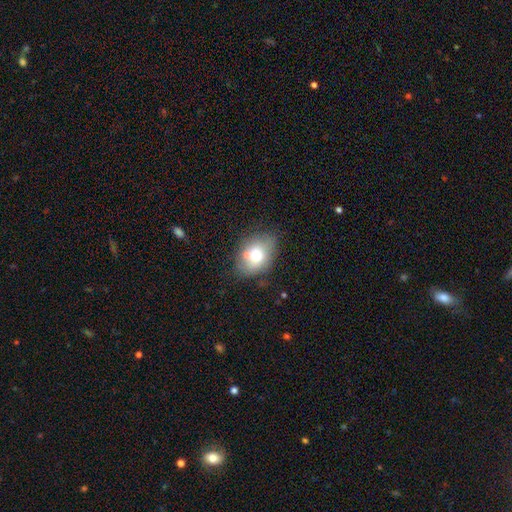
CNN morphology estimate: Smooth or featured? Predicted: smooth (p=0.67). How rounded? Predicted: in between (p=0.72). Merging? Predicted: none (p=0.66).